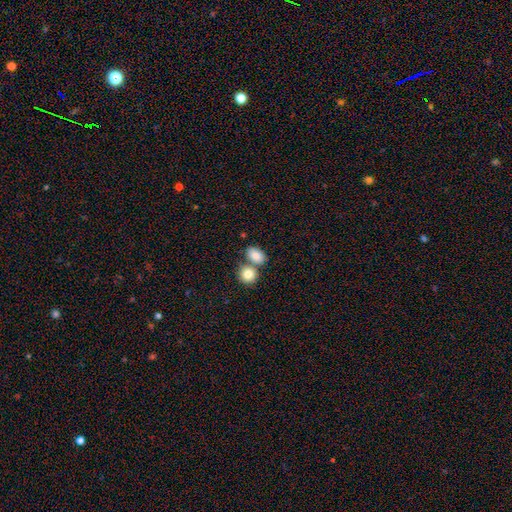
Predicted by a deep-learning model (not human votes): Q: Smooth or featured?
A: smooth (84%); runner-up: star or artifact (8%)
Q: How rounded?
A: in between (78%); runner-up: round (21%)
Q: Merging?
A: none (48%); runner-up: merger (39%)